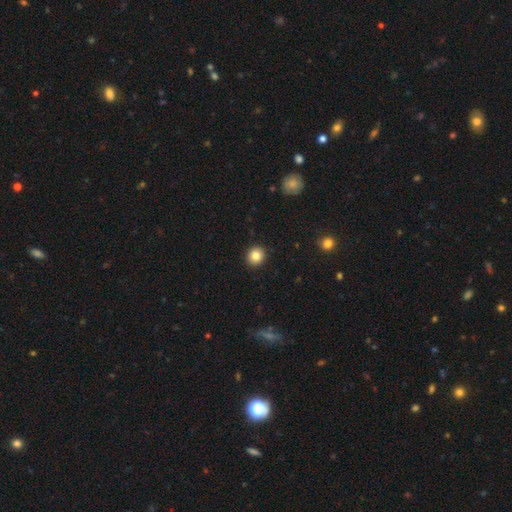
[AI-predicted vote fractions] This appears to be a smooth galaxy with no disk features (84%) that is round (86%). Merging: none (92%).